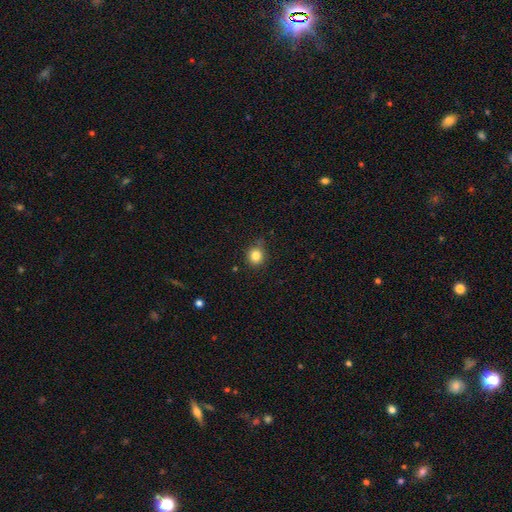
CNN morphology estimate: smooth-or-featured: smooth: 84% | star or artifact: 11% | featured or disk: 5%
  how-rounded: round: 88% | in between: 12% | cigar-shaped: 1%
  merging: none: 81% | minor disturbance: 14% | major disturbance: 3% | merger: 2%